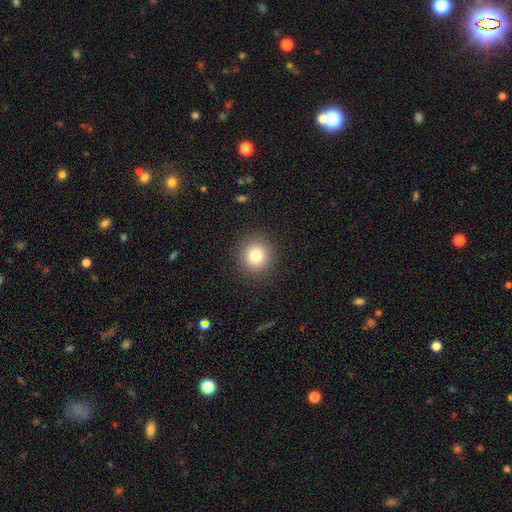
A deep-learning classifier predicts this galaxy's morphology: Smooth or featured? smooth (81%)
How rounded? round (92%)
Merging? none (90%)